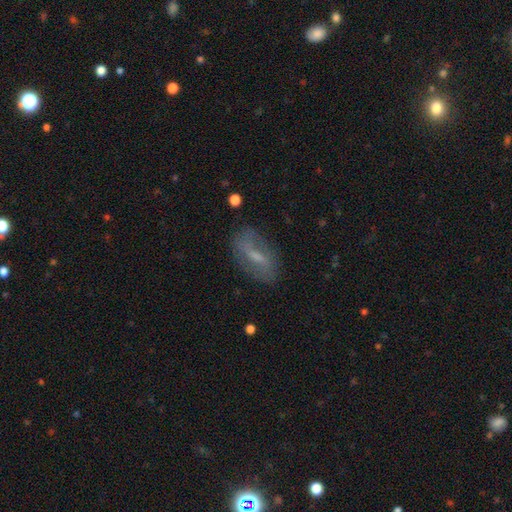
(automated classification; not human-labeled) The model was most divided on "smooth or featured": featured or disk: 50%, smooth: 40%, star or artifact: 9%. More confident: edge-on disk — no (84%); merging — none (76%).